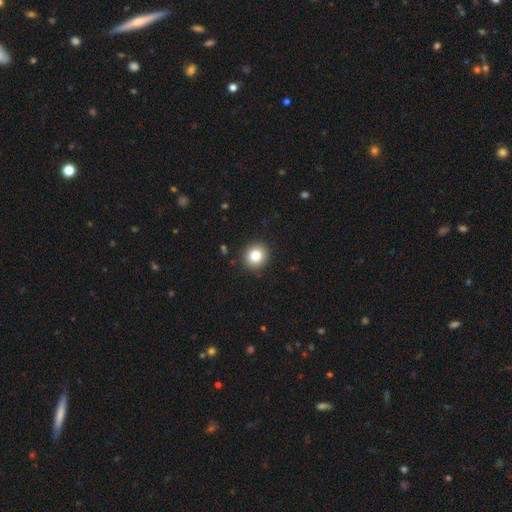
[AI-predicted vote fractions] A smooth galaxy with no disk features (84%) that is round (86%).

Vote fractions:
- Smooth or featured? smooth: 84% / star or artifact: 10% / featured or disk: 6%
- How rounded? round: 86% / in between: 13% / cigar-shaped: 1%
- Merging? none: 90% / minor disturbance: 7% / major disturbance: 2% / merger: 1%